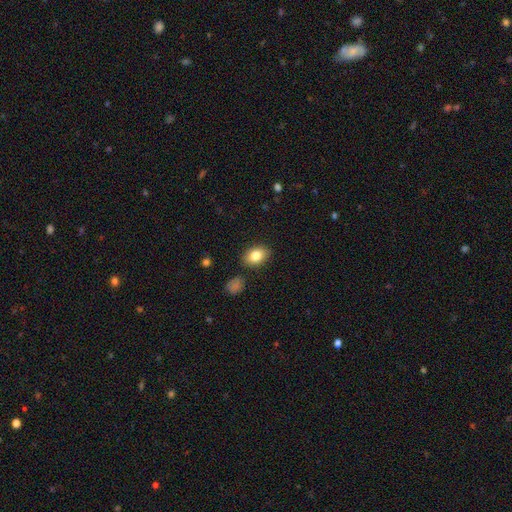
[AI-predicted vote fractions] Smooth or featured? Predicted: smooth (p=0.81). How rounded? Predicted: in between (p=0.82). Merging? Predicted: none (p=0.85).